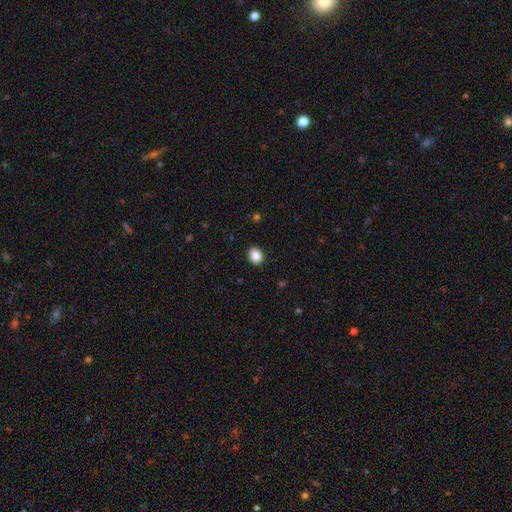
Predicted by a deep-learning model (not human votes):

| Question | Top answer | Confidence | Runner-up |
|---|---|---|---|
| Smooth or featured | smooth | 87% | star or artifact (9%) |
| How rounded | round | 63% | in between (36%) |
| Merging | none | 91% | minor disturbance (6%) |